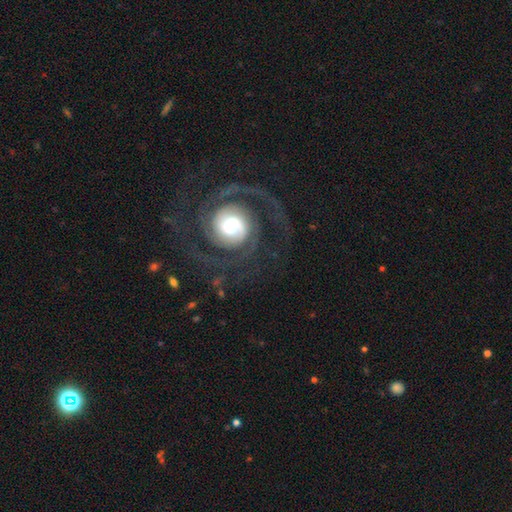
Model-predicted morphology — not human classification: featured or disk 85%, smooth 8%, star or artifact 7%. Down the decision tree: edge-on disk — no (98%); bar — no (69%); spiral arms — yes (91%); spiral arm count — 2 (73%); spiral winding — tight (50%); bulge size — moderate (46%); merging — none (80%).